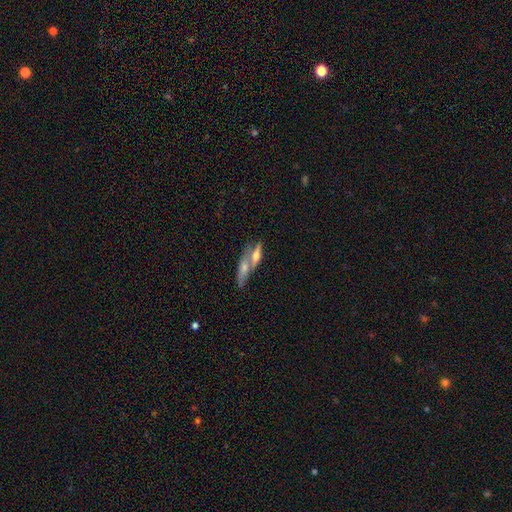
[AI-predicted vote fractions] smooth_or_featured: smooth (p=0.49) [alt: featured or disk p=0.43]
merging: merger (p=0.57) [alt: none p=0.29]